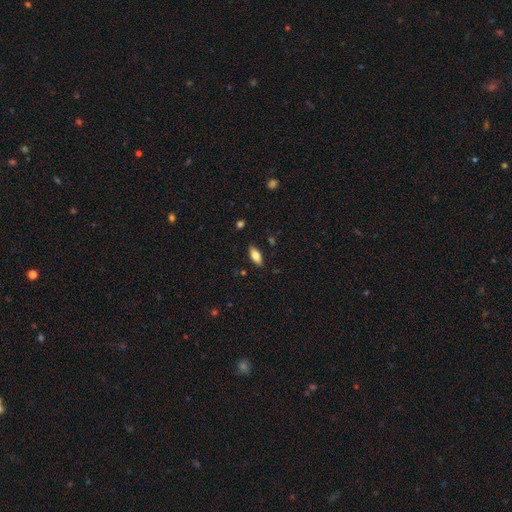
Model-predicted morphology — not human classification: The model was most divided on "smooth or featured": smooth: 77%, featured or disk: 16%, star or artifact: 7%. More confident: how rounded — in between (87%); merging — none (87%).